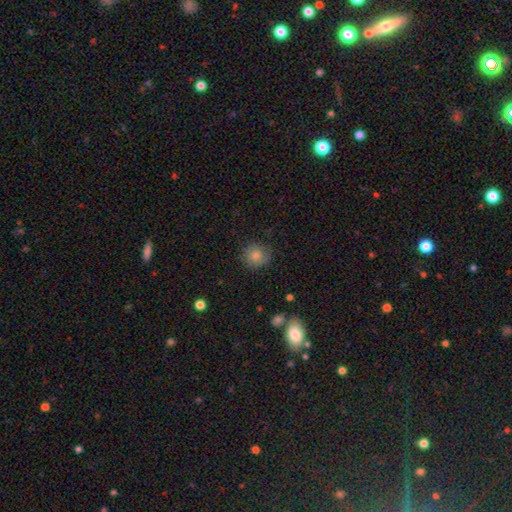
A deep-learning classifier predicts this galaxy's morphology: This appears to be a smooth galaxy with no disk features (77%) that is round (87%). Merging: none (75%).